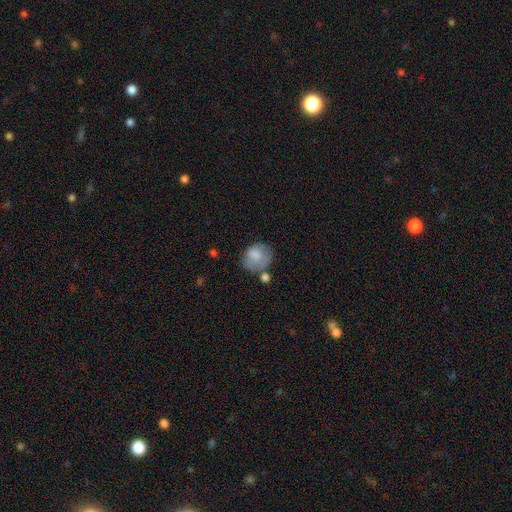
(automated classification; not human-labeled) This appears to be a smooth galaxy with no disk features (75%) that is round (61%). Merging: none (51%).